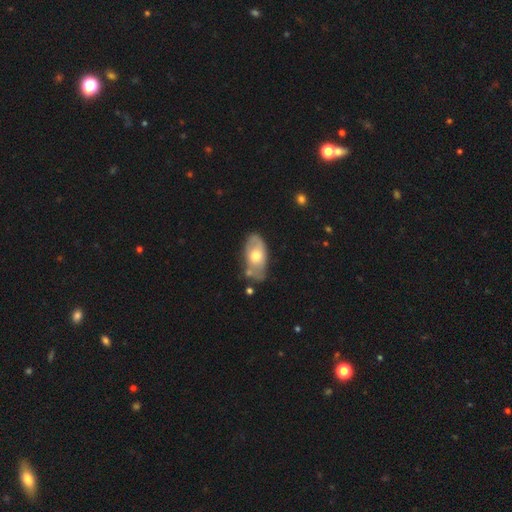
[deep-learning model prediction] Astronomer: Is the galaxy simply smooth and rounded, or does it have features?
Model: smooth — 48% (runner-up: featured or disk, 46%).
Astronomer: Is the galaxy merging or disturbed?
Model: none — 61%.